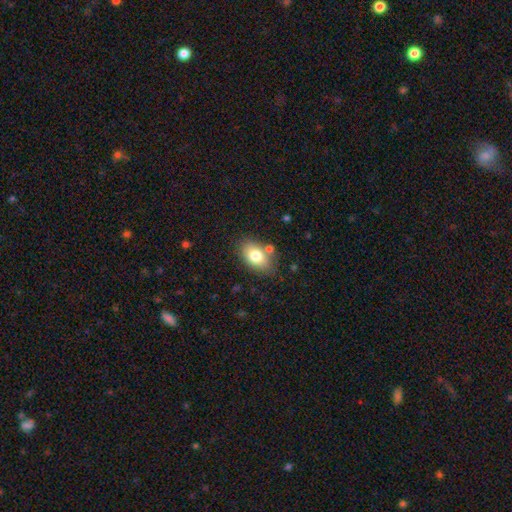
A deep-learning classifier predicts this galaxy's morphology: smooth_or_featured: smooth (p=0.77) [alt: featured or disk p=0.15]
how_rounded: in between (p=0.88) [alt: round p=0.10]
merging: none (p=0.74) [alt: minor disturbance p=0.14]